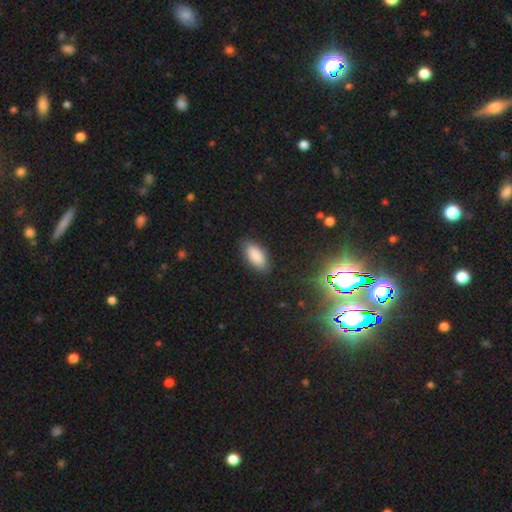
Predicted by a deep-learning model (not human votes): Smooth or featured: smooth — 87% (star or artifact — 8%)
How rounded: in between — 91% (cigar-shaped — 7%)
Merging: none — 83% (minor disturbance — 13%)